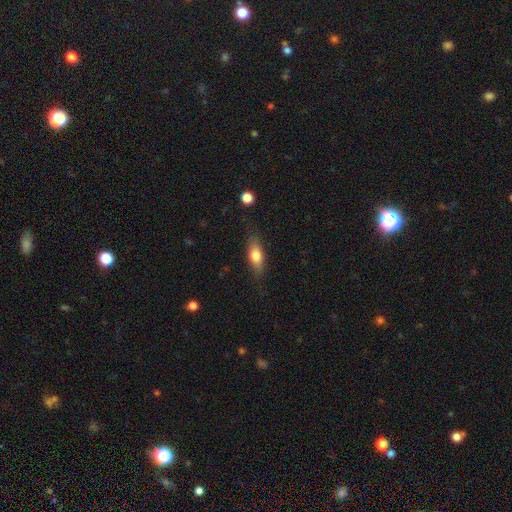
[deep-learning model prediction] Morphology: type=smooth (73%); roundness=in between (69%); merging=none (77%).